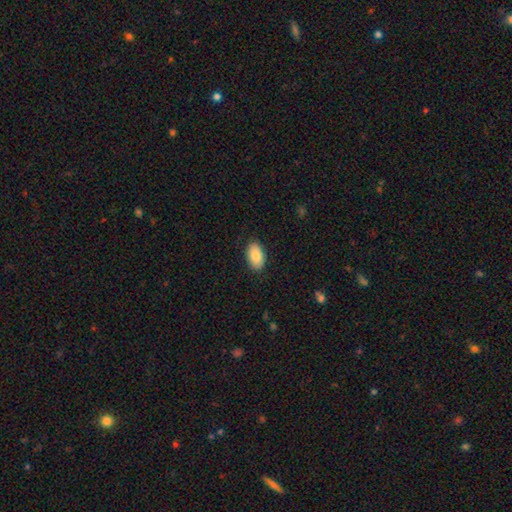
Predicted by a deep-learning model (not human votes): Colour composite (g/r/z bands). It shows a smooth galaxy with no disk features (87%) that is in between round and cigar-shaped (94%). Merging: none (87%).